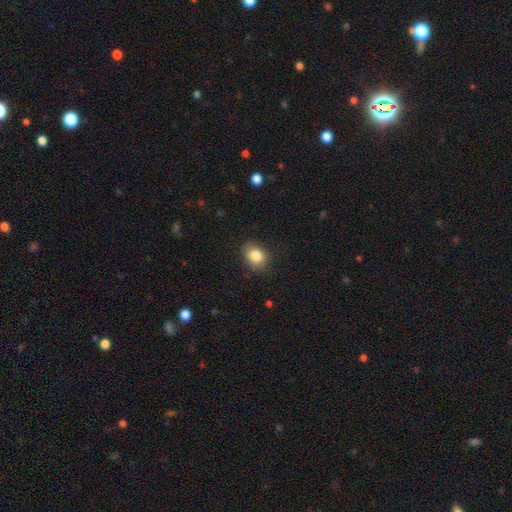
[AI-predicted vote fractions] smooth 84%, star or artifact 9%, featured or disk 8%. Down the decision tree: how rounded — in between (65%); merging — none (81%).